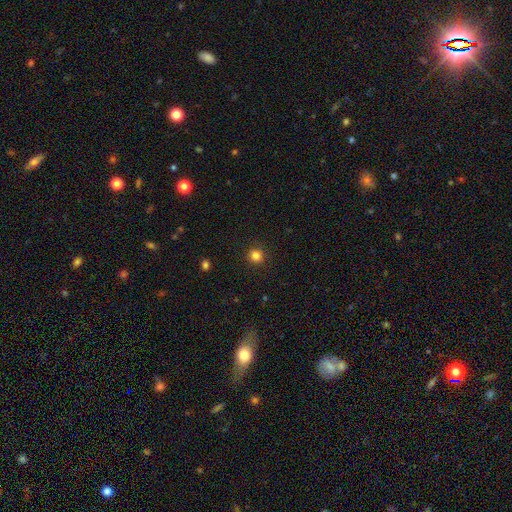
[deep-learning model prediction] The model was most divided on "smooth or featured": smooth: 83%, star or artifact: 13%, featured or disk: 4%. More confident: how rounded — round (94%); merging — none (91%).